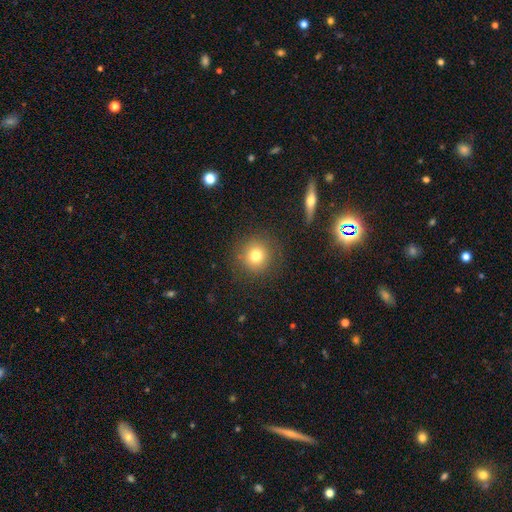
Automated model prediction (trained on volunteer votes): Smooth or featured? smooth (77%)
How rounded? round (92%)
Merging? none (85%)